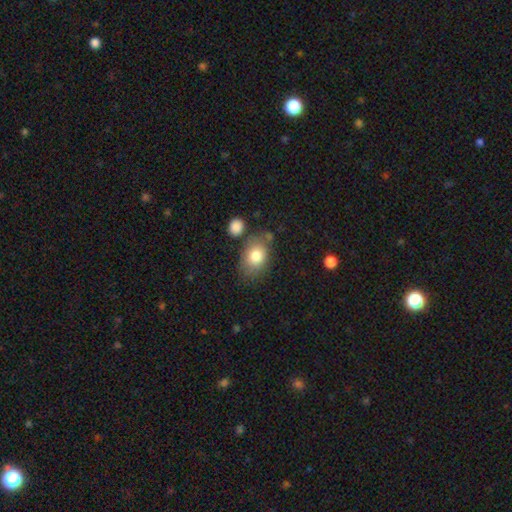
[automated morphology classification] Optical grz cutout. It shows a smooth galaxy with no disk features (80%) that is in between round and cigar-shaped (79%). Merging: none (66%).